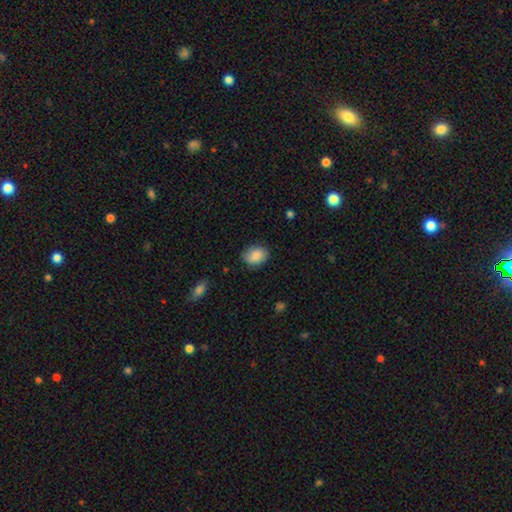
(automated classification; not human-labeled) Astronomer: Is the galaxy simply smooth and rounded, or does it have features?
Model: smooth — 87%.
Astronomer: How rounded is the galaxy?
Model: in between — 67%.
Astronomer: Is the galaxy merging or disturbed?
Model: none — 80%.